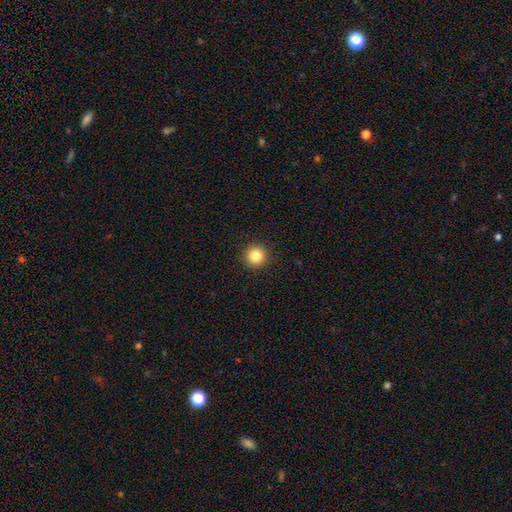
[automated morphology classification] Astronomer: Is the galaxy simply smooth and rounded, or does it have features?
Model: smooth — 85%.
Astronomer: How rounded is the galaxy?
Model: round — 95%.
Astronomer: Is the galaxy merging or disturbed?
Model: none — 93%.